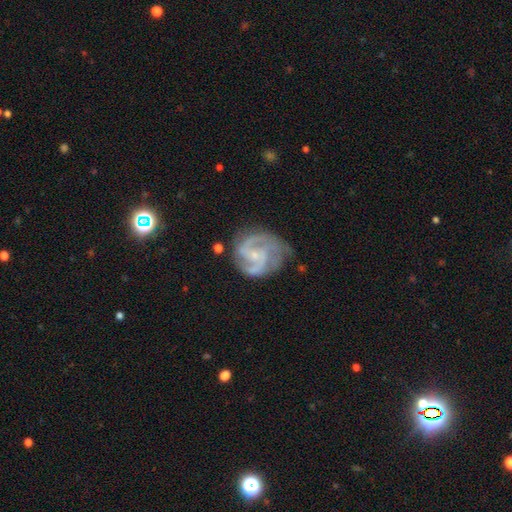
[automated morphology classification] Smooth or featured? Predicted: featured or disk (p=0.90). Edge-on disk? Predicted: no (p=0.98). Bar? Predicted: no (p=0.54). Spiral arms? Predicted: yes (p=0.98). Spiral winding? Predicted: medium (p=0.52). Spiral arm count? Predicted: 2 (p=0.50). Bulge size? Predicted: small (p=0.74). Merging? Predicted: none (p=0.64).